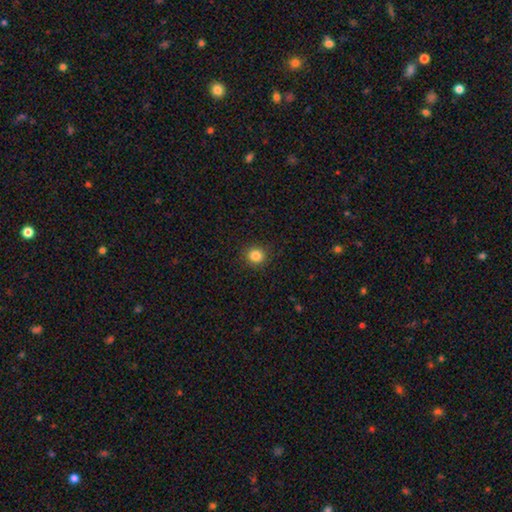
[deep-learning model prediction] smooth 84%, star or artifact 11%, featured or disk 5%. Down the decision tree: how rounded — round (89%); merging — none (91%).